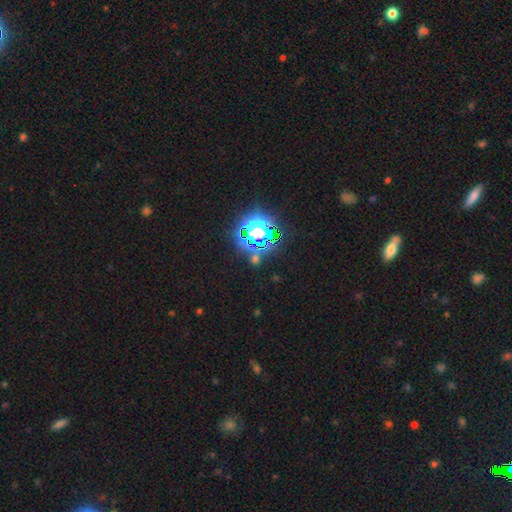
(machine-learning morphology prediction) type=star or artifact (71%).